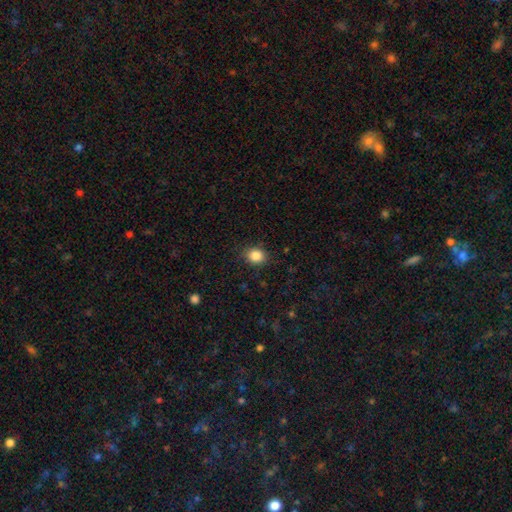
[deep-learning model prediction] Smooth or featured? smooth (86%)
How rounded? round (60%)
Merging? none (86%)